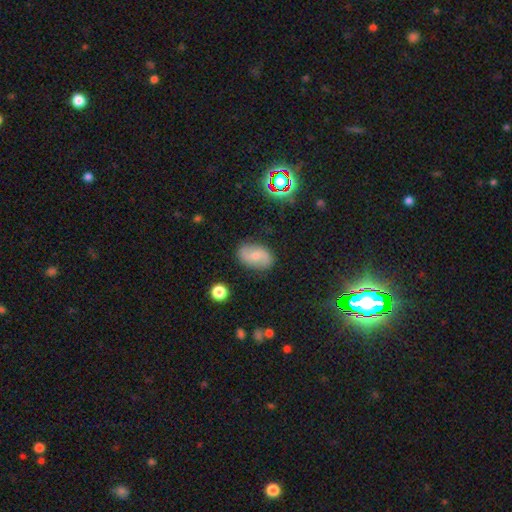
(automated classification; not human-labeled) Smooth or featured? Predicted: featured or disk (p=0.48). Merging? Predicted: none (p=0.81).